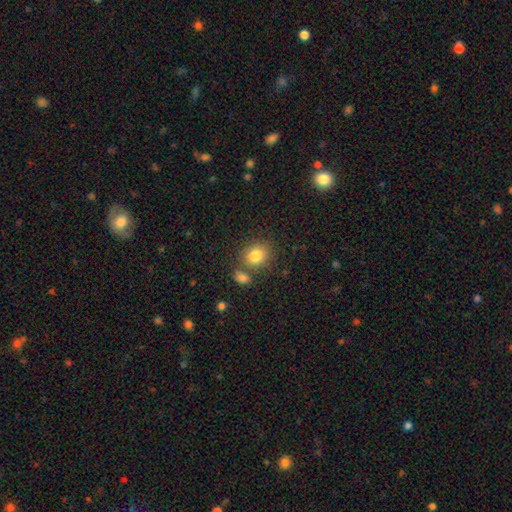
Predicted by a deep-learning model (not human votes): The model was most divided on "how rounded": round: 72%, in between: 27%, cigar-shaped: 1%. More confident: smooth or featured — smooth (82%); merging — none (68%).